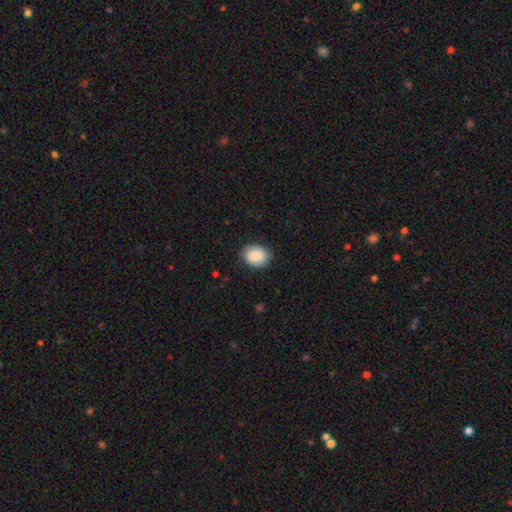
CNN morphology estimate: smooth 88%, star or artifact 7%, featured or disk 5%. Down the decision tree: how rounded — in between (55%); merging — none (85%).